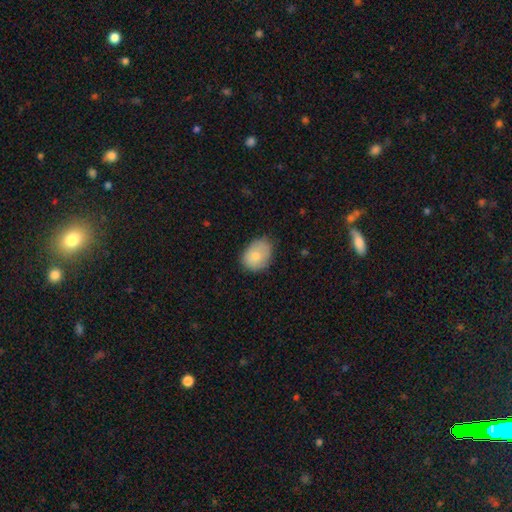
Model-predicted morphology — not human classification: Smooth or featured?
  - smooth: 78% *
  - featured or disk: 14%
  - star or artifact: 7%
How rounded?
  - in between: 64% *
  - round: 35%
  - cigar-shaped: 1%
Merging?
  - none: 67% *
  - minor disturbance: 26%
  - major disturbance: 5%
  - merger: 1%